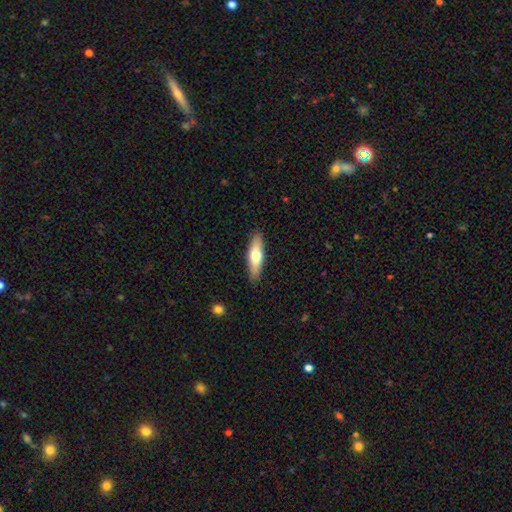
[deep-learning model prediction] Smooth or featured? smooth (61%)
How rounded? cigar-shaped (60%)
Merging? none (89%)